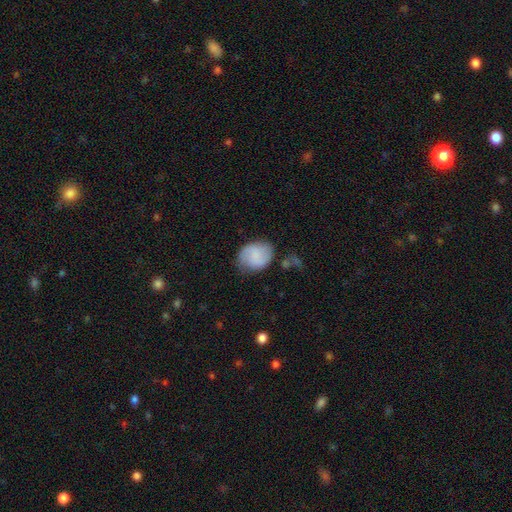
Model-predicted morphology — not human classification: Smooth or featured: smooth — 51% (featured or disk — 42%)
How rounded: round — 51% (in between — 48%)
Merging: none — 70% (minor disturbance — 21%)